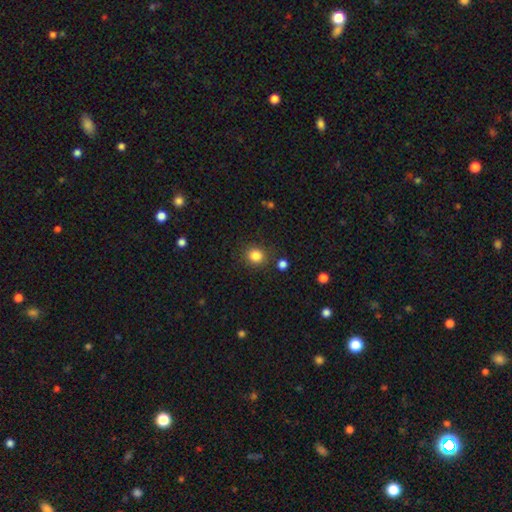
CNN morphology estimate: The model was most divided on "how rounded": round: 85%, in between: 15%, cigar-shaped: 1%. More confident: merging — none (86%); smooth or featured — smooth (84%).